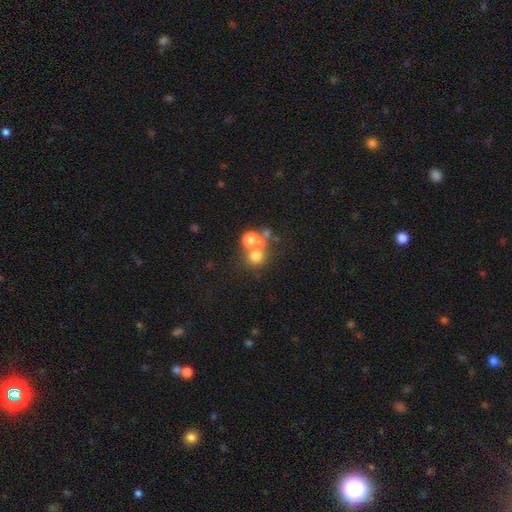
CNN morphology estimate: The model was most divided on "merging" (2-way tie): none: 44%, merger: 44%, minor disturbance: 7%, major disturbance: 5%. More confident: how rounded — round (85%); smooth or featured — smooth (64%).